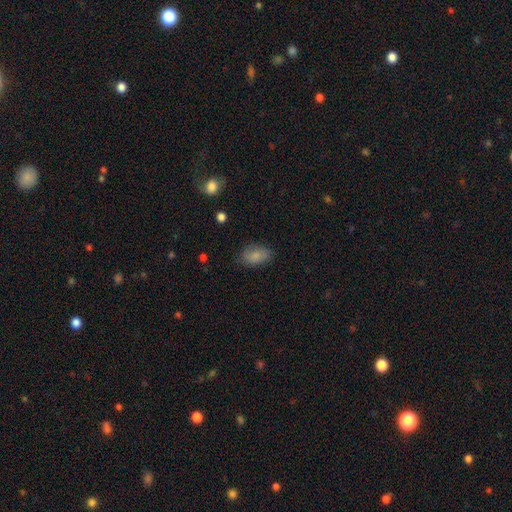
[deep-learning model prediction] Smooth or featured? Predicted: smooth (p=0.84). How rounded? Predicted: in between (p=0.90). Merging? Predicted: none (p=0.78).